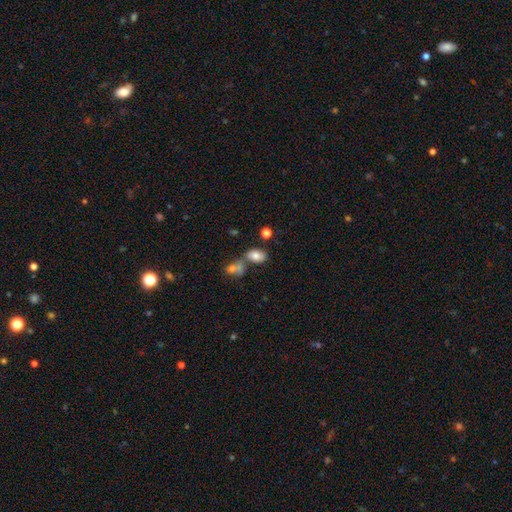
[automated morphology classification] smooth_or_featured: smooth (p=0.75) [alt: featured or disk p=0.15]
how_rounded: in between (p=0.85) [alt: round p=0.13]
merging: none (p=0.50) [alt: merger p=0.30]